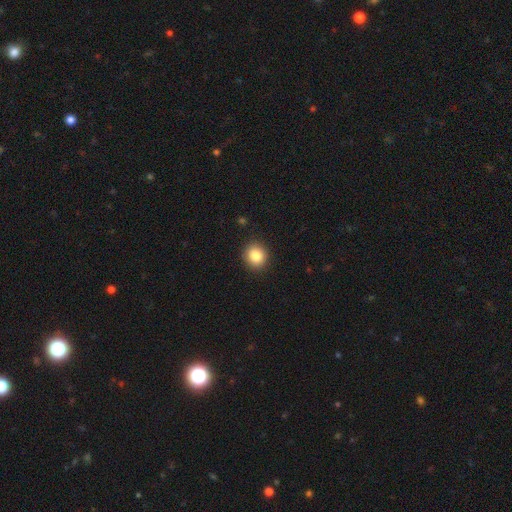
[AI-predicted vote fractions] smooth_or_featured: smooth (p=0.85) [alt: star or artifact p=0.09]
how_rounded: round (p=0.80) [alt: in between p=0.19]
merging: none (p=0.90) [alt: minor disturbance p=0.07]